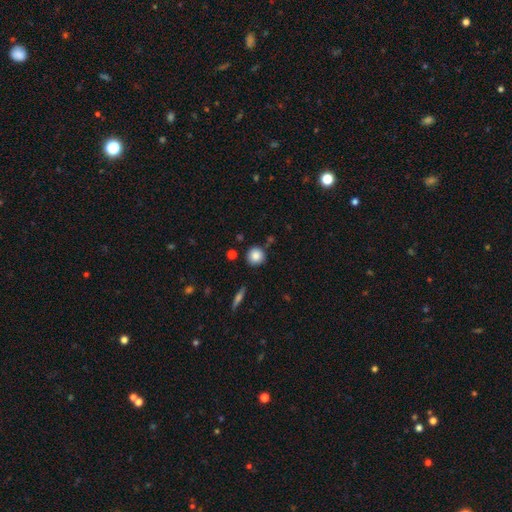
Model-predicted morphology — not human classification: A smooth galaxy with no disk features (85%) that is round (93%).

Vote fractions:
- Smooth or featured? smooth: 85% / star or artifact: 9% / featured or disk: 6%
- How rounded? round: 93% / in between: 6% / cigar-shaped: 1%
- Merging? none: 85% / minor disturbance: 9% / merger: 4% / major disturbance: 2%